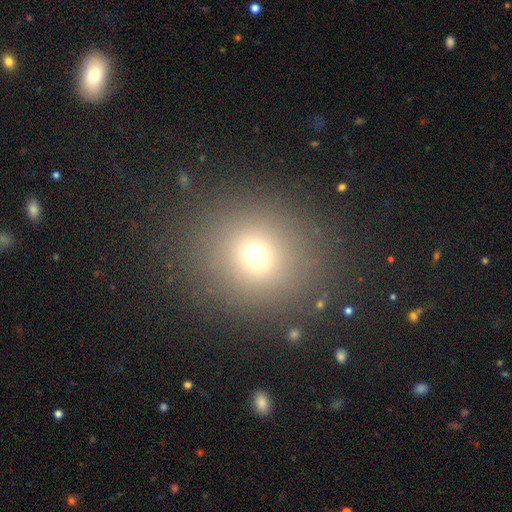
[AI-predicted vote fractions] Smooth or featured? Predicted: smooth (p=0.68). How rounded? Predicted: round (p=0.85). Merging? Predicted: none (p=0.87).